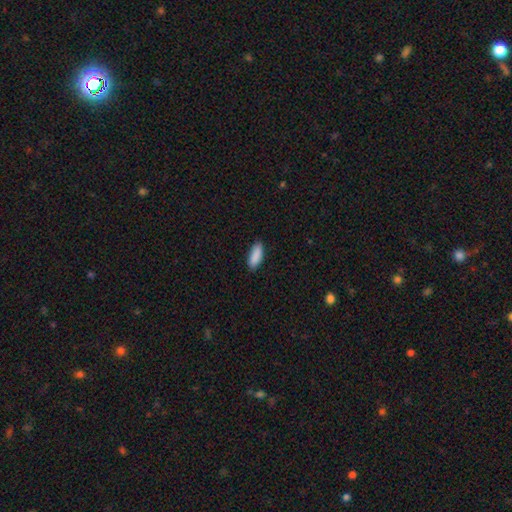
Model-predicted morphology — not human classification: A smooth galaxy with no disk features (90%) that is in between round and cigar-shaped (74%). Merging: none (87%).